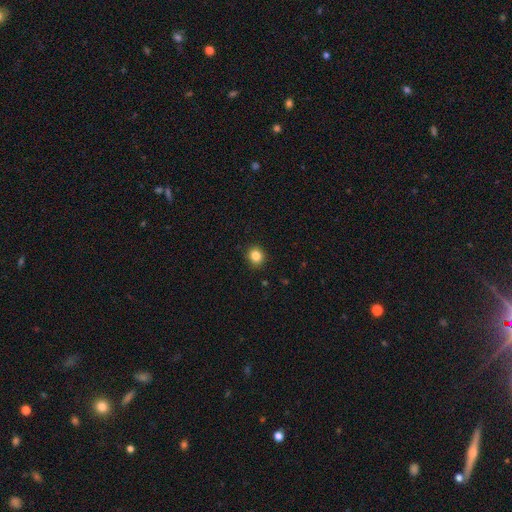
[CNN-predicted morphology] This is clearly a smooth galaxy (84%). How rounded: clearly round (82%). Merging: clearly none (91%).